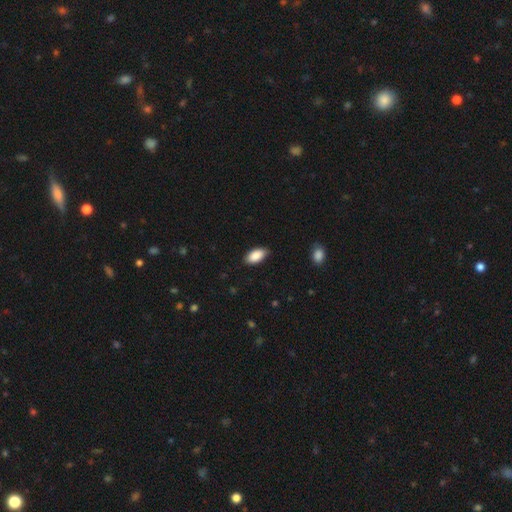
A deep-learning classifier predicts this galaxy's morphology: The model was most divided on "merging": none: 85%, minor disturbance: 12%, major disturbance: 2%, merger: 1%. More confident: how rounded — in between (94%); smooth or featured — smooth (89%).